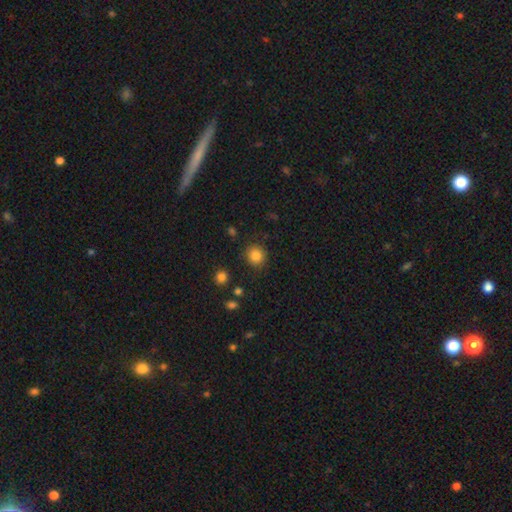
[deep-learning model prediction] This appears to be a smooth galaxy with no disk features (85%) that is round (89%). Merging: none (87%).